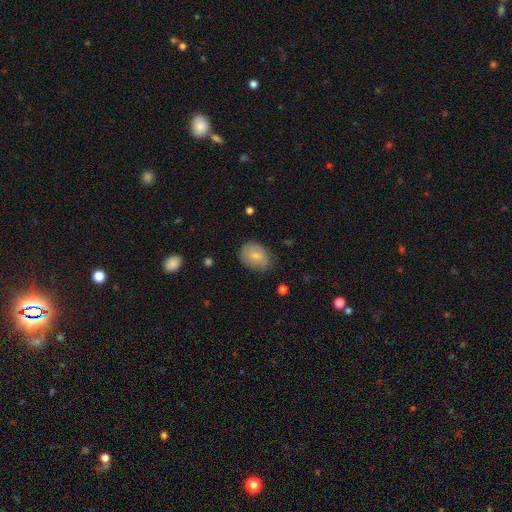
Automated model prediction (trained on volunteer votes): A smooth galaxy with no disk features (75%) that is in between round and cigar-shaped (64%).

Vote fractions:
- Smooth or featured? smooth: 75% / featured or disk: 17% / star or artifact: 8%
- How rounded? in between: 64% / round: 35% / cigar-shaped: 1%
- Merging? none: 70% / minor disturbance: 24% / major disturbance: 5% / merger: 1%